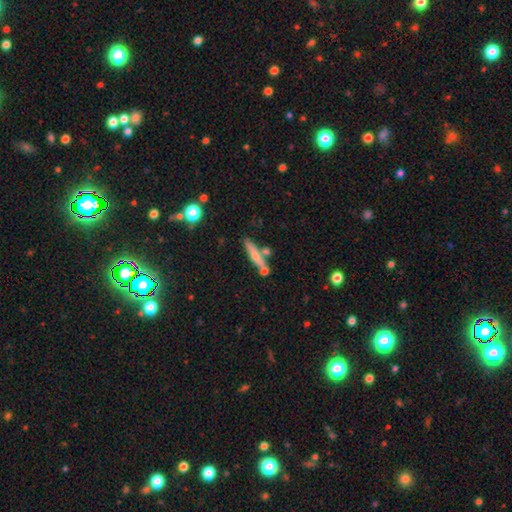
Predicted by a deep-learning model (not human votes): smooth-or-featured: smooth: 60% | featured or disk: 33% | star or artifact: 7%
  how-rounded: cigar-shaped: 87% | in between: 11% | round: 2%
  merging: none: 67% | merger: 16% | minor disturbance: 14% | major disturbance: 4%